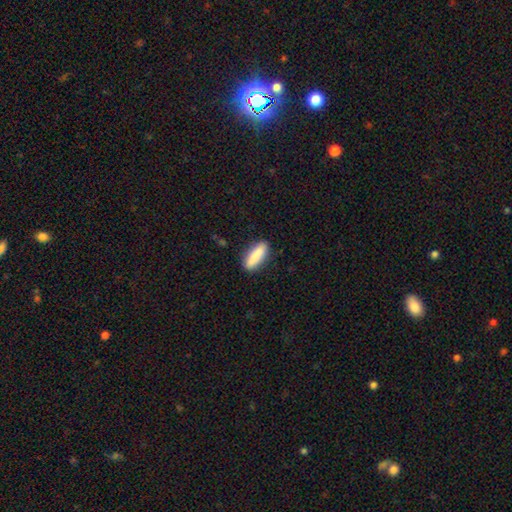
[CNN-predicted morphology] A smooth galaxy with no disk features (85%) that is cigar-shaped (56%). Merging: none (87%).